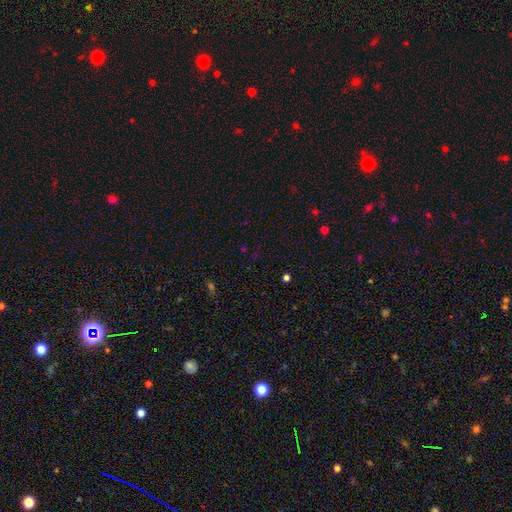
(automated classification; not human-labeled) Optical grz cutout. It shows a star or artifact, not a galaxy (63%).